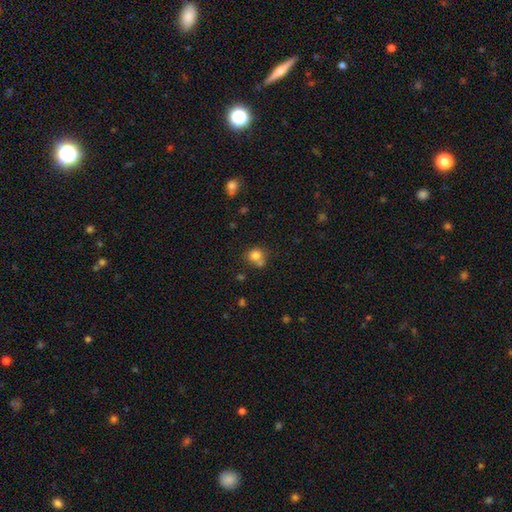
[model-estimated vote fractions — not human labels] Morphology: type=smooth (79%); roundness=round (78%); merging=none (52%).